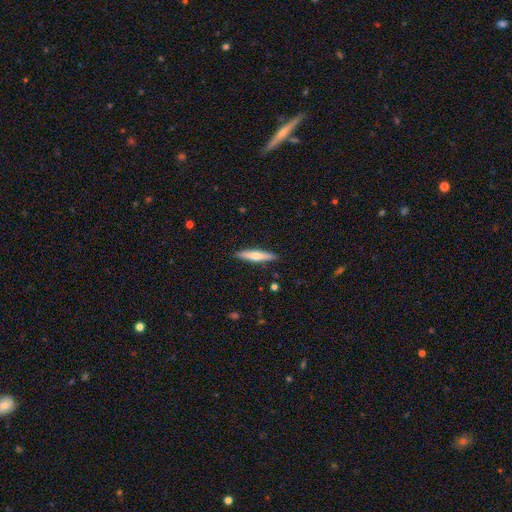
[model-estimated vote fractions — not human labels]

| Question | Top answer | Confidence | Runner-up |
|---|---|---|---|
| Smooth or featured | smooth | 56% | featured or disk (38%) |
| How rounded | cigar-shaped | 84% | in between (15%) |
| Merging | none | 90% | minor disturbance (7%) |